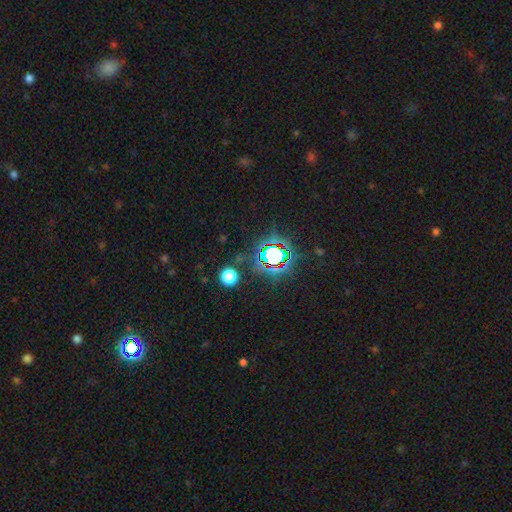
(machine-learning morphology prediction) smooth_or_featured: star or artifact (p=0.80) [alt: smooth p=0.13]